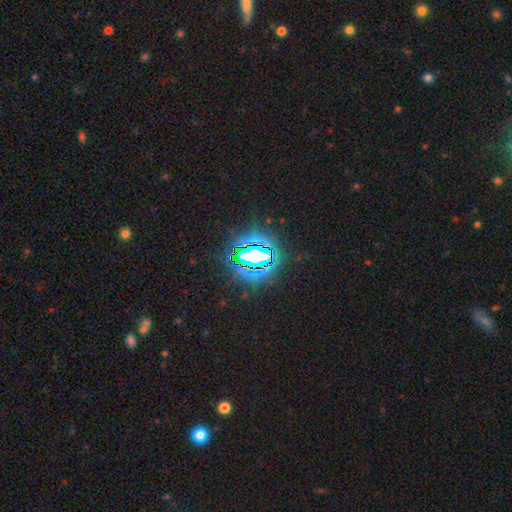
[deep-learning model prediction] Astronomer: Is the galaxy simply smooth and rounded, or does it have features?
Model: star or artifact — 76%.